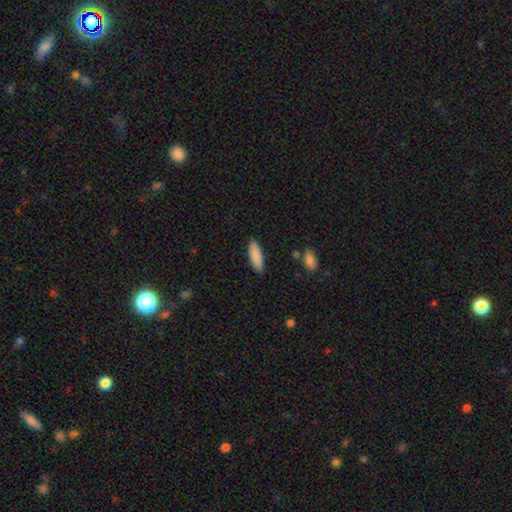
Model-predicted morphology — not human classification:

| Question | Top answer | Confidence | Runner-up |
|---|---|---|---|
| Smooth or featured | smooth | 89% | star or artifact (6%) |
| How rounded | in between | 52% | cigar-shaped (46%) |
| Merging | none | 88% | minor disturbance (8%) |